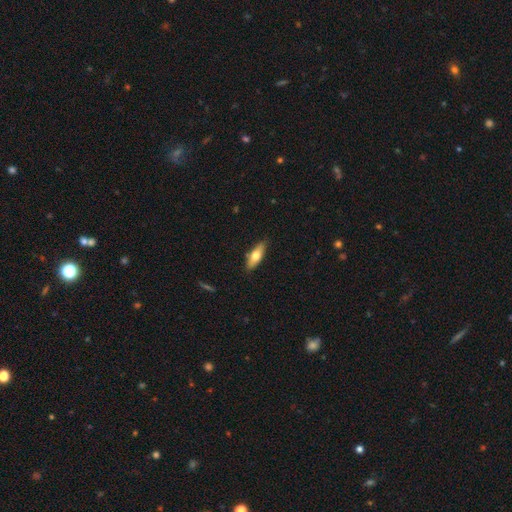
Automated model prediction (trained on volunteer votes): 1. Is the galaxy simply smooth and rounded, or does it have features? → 61% smooth, 33% featured or disk, 6% star or artifact.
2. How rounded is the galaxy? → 58% in between, 39% cigar-shaped, 3% round.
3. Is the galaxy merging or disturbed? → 86% none, 11% minor disturbance, 2% major disturbance, 1% merger.